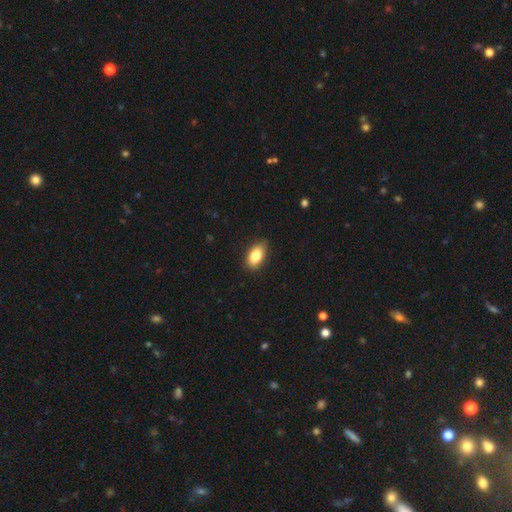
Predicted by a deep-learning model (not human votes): Q: Smooth or featured?
A: smooth (83%); runner-up: featured or disk (10%)
Q: How rounded?
A: in between (91%); runner-up: round (6%)
Q: Merging?
A: none (86%); runner-up: minor disturbance (11%)